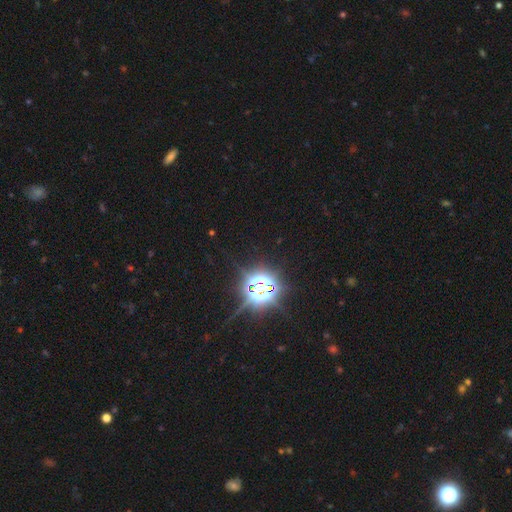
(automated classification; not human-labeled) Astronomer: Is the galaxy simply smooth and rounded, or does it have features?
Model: star or artifact — 85%.